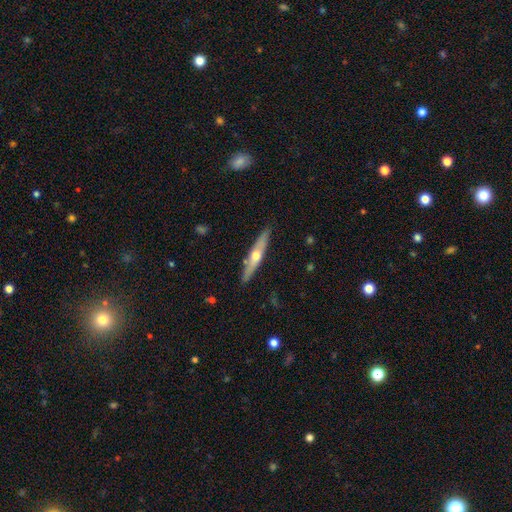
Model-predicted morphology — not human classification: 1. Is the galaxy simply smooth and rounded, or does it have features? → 61% featured or disk, 33% smooth, 6% star or artifact.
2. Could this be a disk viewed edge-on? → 93% yes, 7% no.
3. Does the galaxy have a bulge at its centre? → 90% rounded, 8% none, 2% boxy.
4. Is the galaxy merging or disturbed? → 88% none, 9% minor disturbance, 2% merger, 2% major disturbance.